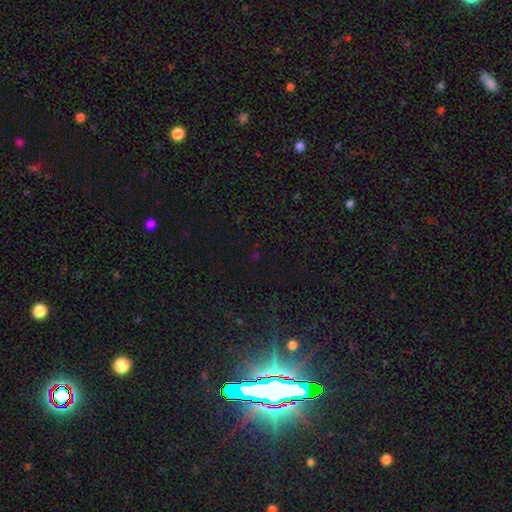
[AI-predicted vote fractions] Smooth or featured: star or artifact — 66% (smooth — 28%)